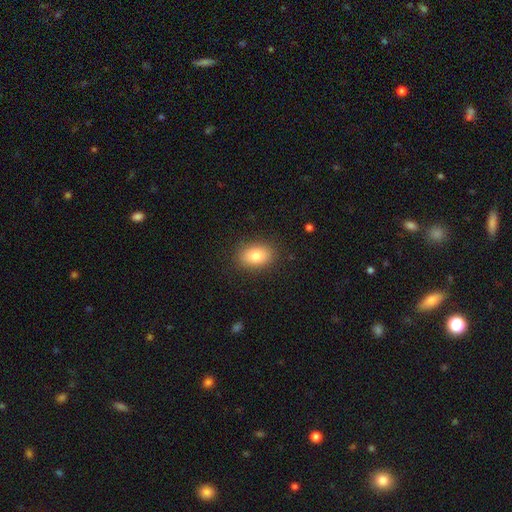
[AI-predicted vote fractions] Smooth or featured?
  - smooth: 83% *
  - featured or disk: 8%
  - star or artifact: 8%
How rounded?
  - in between: 82% *
  - round: 17%
  - cigar-shaped: 1%
Merging?
  - none: 87% *
  - minor disturbance: 9%
  - major disturbance: 3%
  - merger: 1%